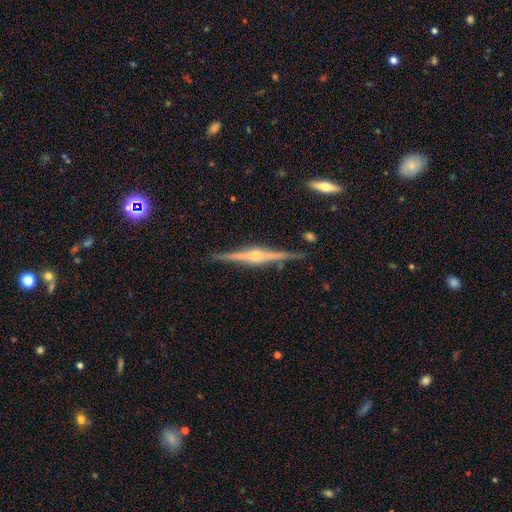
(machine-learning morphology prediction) smooth_or_featured: featured or disk (p=0.87) [alt: smooth p=0.07]
disk_edge_on: yes (p=0.98) [alt: no p=0.02]
edge_on_bulge: rounded (p=0.89) [alt: boxy p=0.07]
merging: none (p=0.89) [alt: minor disturbance p=0.08]